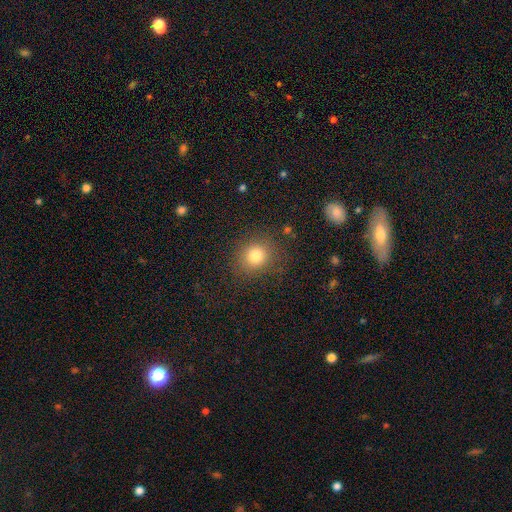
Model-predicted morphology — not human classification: Smooth or featured? Predicted: smooth (p=0.79). How rounded? Predicted: round (p=0.77). Merging? Predicted: none (p=0.84).